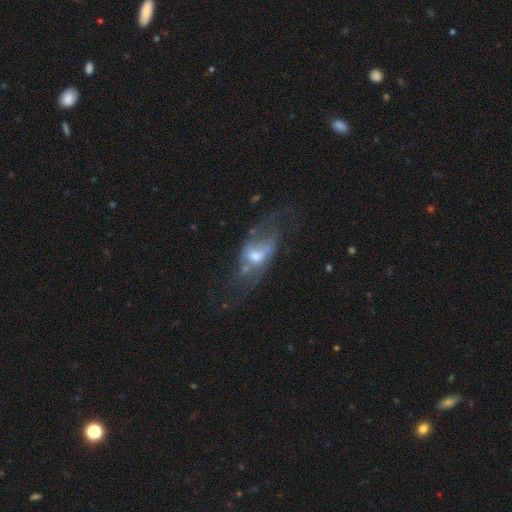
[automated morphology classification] Smooth or featured? Predicted: featured or disk (p=0.66). Edge-on disk? Predicted: no (p=0.85). Bar? Predicted: no (p=0.50). Spiral arms? Predicted: yes (p=0.56). Bulge size? Predicted: moderate (p=0.56). Merging? Predicted: none (p=0.43).